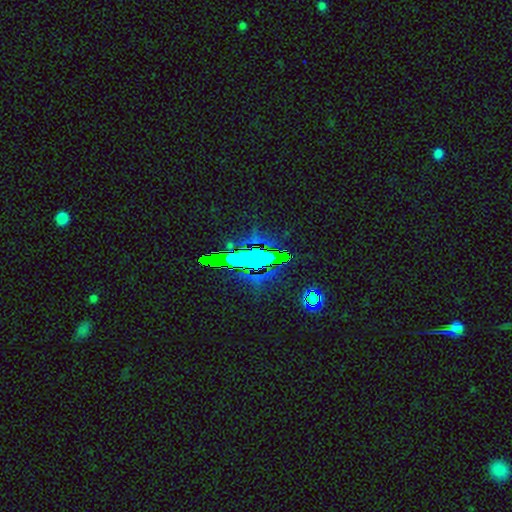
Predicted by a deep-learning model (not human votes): smooth-or-featured: star or artifact: 75% | smooth: 15% | featured or disk: 10%